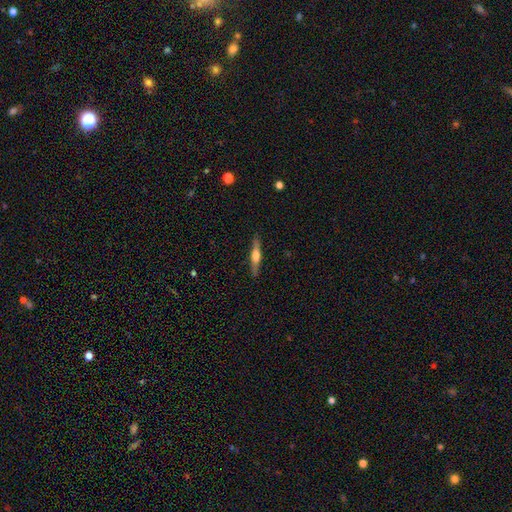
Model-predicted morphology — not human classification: smooth-or-featured: featured or disk: 64% | smooth: 30% | star or artifact: 6%
  disk-edge-on: yes: 97% | no: 3%
    edge-on-bulge: rounded: 90% | boxy: 6% | none: 4%
  merging: none: 89% | minor disturbance: 8% | major disturbance: 2% | merger: 1%